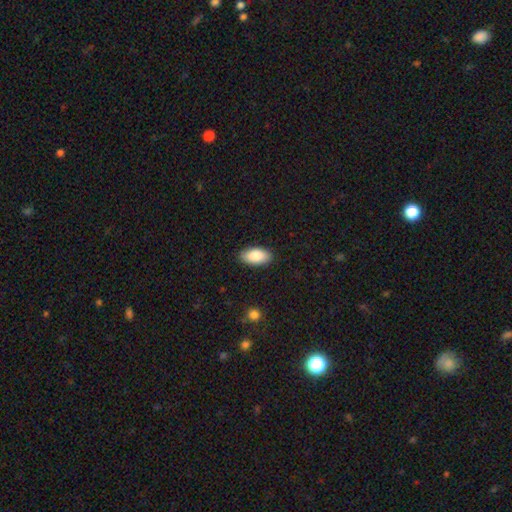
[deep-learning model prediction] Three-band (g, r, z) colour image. It shows a smooth galaxy with no disk features (87%) that is in between round and cigar-shaped (94%). Merging: none (88%).